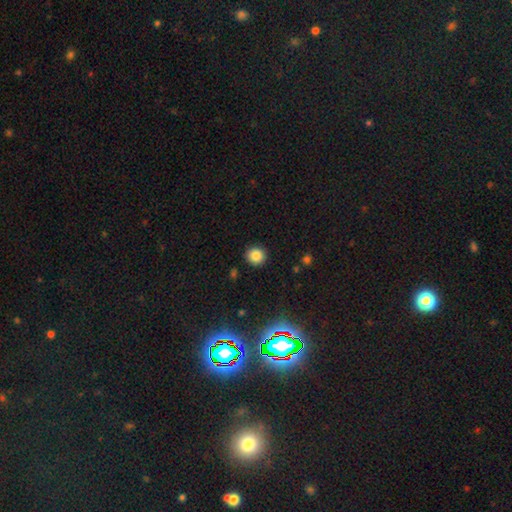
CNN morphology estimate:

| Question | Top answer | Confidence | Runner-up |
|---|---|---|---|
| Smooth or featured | smooth | 83% | star or artifact (11%) |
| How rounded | round | 92% | in between (7%) |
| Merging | none | 91% | minor disturbance (6%) |